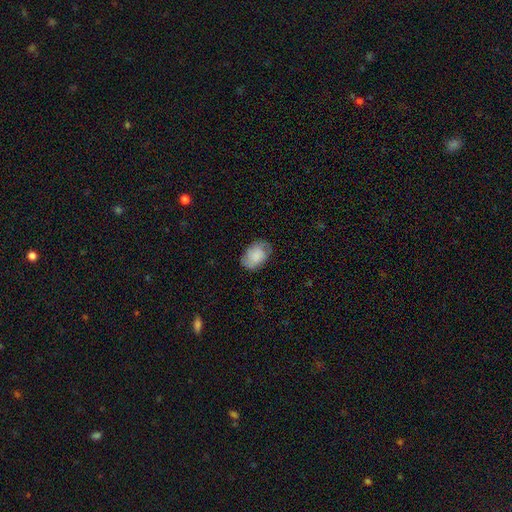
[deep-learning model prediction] Morphology: type=smooth (71%); roundness=in between (86%); merging=none (72%).